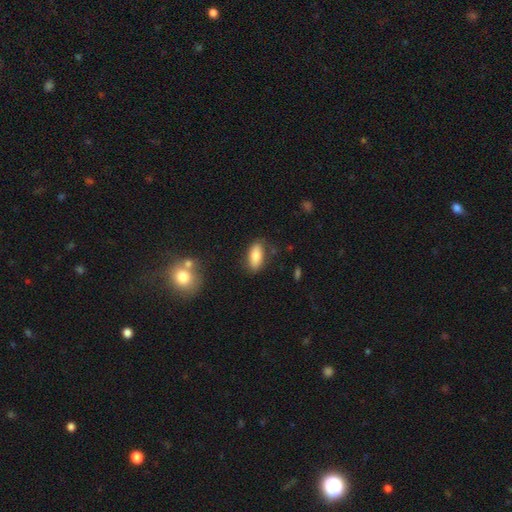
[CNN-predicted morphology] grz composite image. It shows a smooth galaxy with no disk features (82%) that is in between round and cigar-shaped (85%). Merging: none (81%).